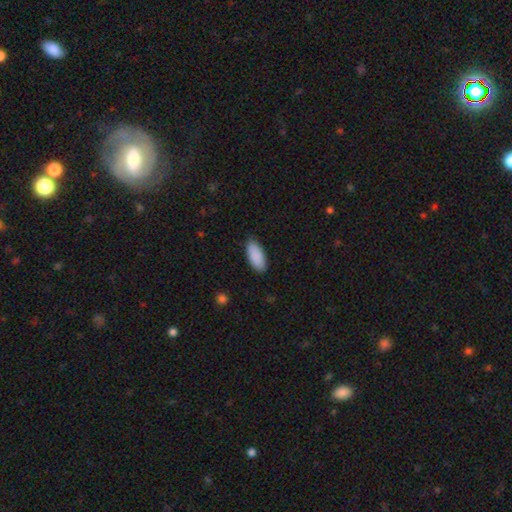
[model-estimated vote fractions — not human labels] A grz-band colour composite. It shows a smooth galaxy with no disk features (90%) that is in between round and cigar-shaped (89%). Merging: none (86%).